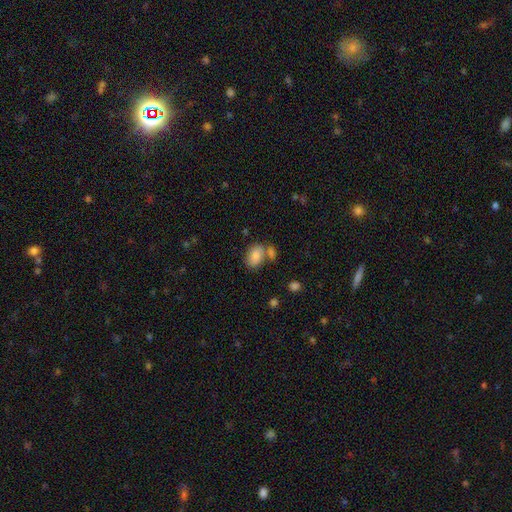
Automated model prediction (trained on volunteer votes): smooth 83%, featured or disk 9%, star or artifact 8%. Down the decision tree: how rounded — in between (82%); merging — none (52%).